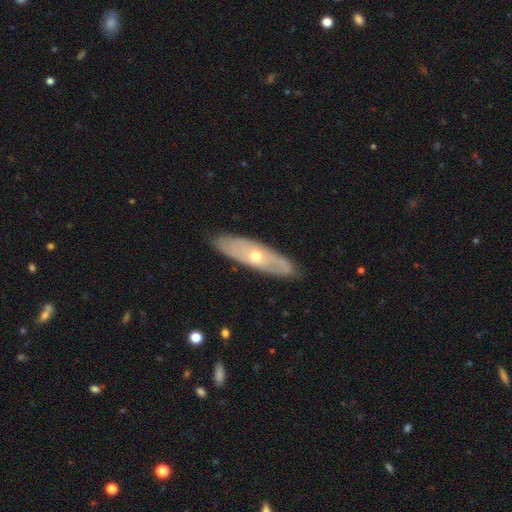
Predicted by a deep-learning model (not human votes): smooth-or-featured: featured or disk: 64% | smooth: 31% | star or artifact: 5%
  disk-edge-on: no: 62% | yes: 38%
  merging: none: 85% | minor disturbance: 11% | major disturbance: 2% | merger: 1%